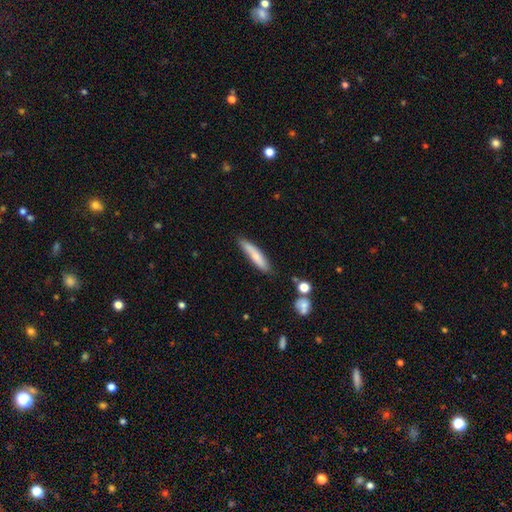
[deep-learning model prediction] Overall: smooth (73%). How rounded: cigar-shaped (85%). Merging: none (76%).